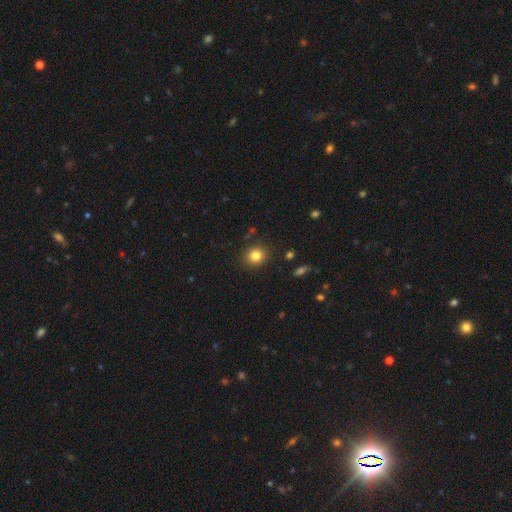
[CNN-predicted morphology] A smooth galaxy with no disk features (83%) that is round (80%).

Vote fractions:
- Smooth or featured? smooth: 83% / star or artifact: 11% / featured or disk: 6%
- How rounded? round: 80% / in between: 19% / cigar-shaped: 1%
- Merging? none: 88% / minor disturbance: 8% / major disturbance: 2% / merger: 2%